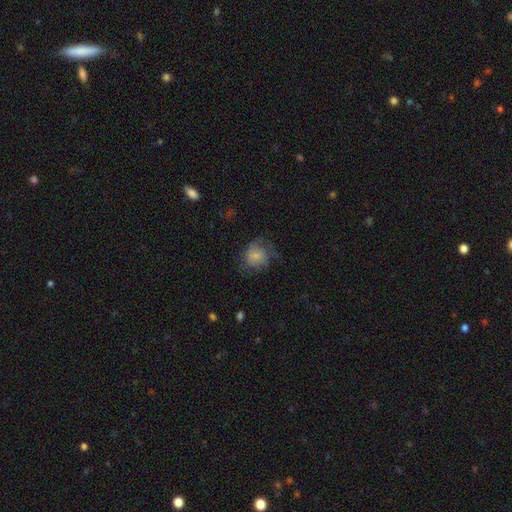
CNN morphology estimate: smooth 60%, featured or disk 31%, star or artifact 9%. Down the decision tree: how rounded — round (67%); merging — none (45%).